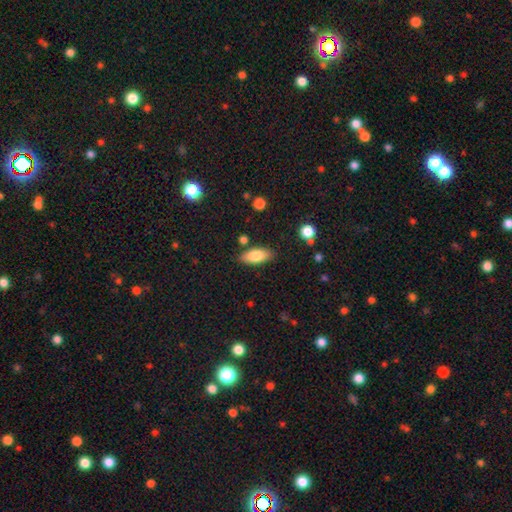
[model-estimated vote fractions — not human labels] A smooth galaxy with no disk features (79%) that is in between round and cigar-shaped (82%).

Vote fractions:
- Smooth or featured? smooth: 79% / featured or disk: 14% / star or artifact: 7%
- How rounded? in between: 82% / cigar-shaped: 15% / round: 3%
- Merging? none: 83% / minor disturbance: 11% / merger: 4% / major disturbance: 2%